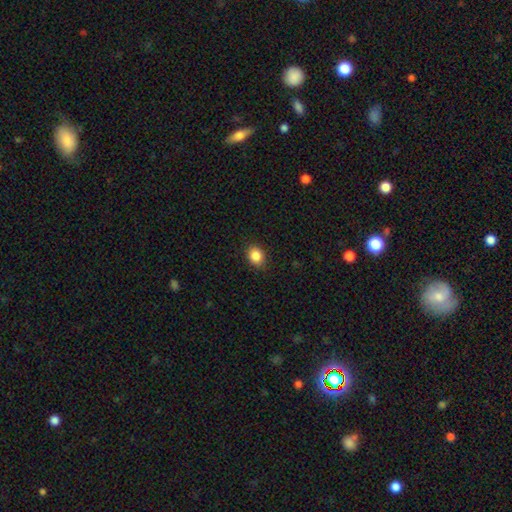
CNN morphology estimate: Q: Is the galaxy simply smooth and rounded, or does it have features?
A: smooth — 86%.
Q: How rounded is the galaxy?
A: round — 51%.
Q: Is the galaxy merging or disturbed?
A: none — 87%.